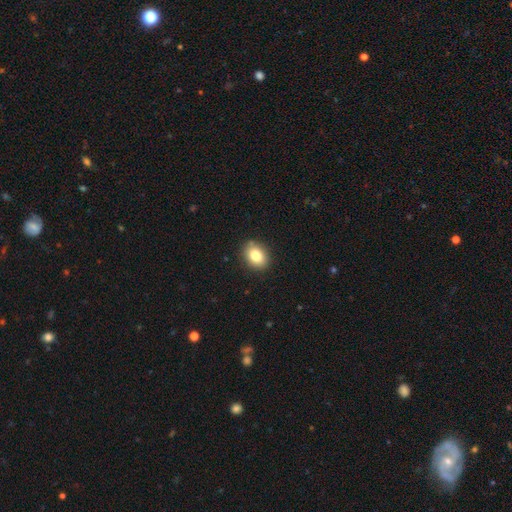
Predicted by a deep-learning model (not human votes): Morphology: type=smooth (82%); roundness=in between (64%); merging=none (87%).